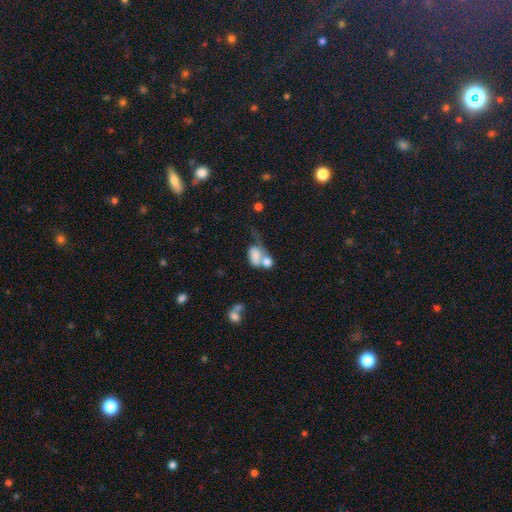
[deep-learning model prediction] Q: Smooth or featured?
A: smooth (67%); runner-up: featured or disk (22%)
Q: How rounded?
A: in between (77%); runner-up: round (21%)
Q: Merging?
A: merger (59%); runner-up: major disturbance (17%)